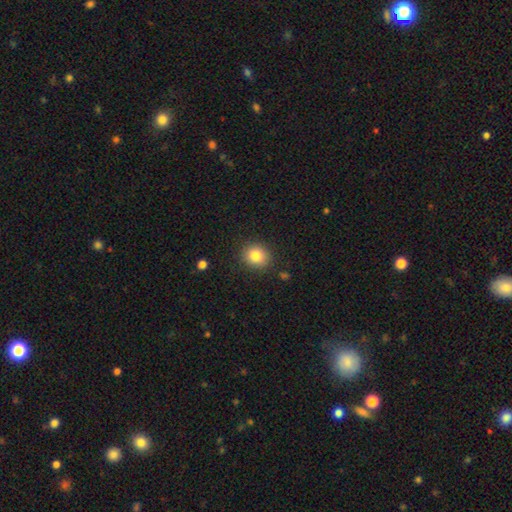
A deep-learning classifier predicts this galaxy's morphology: A smooth galaxy with no disk features (83%) that is round (75%). Merging: none (88%).